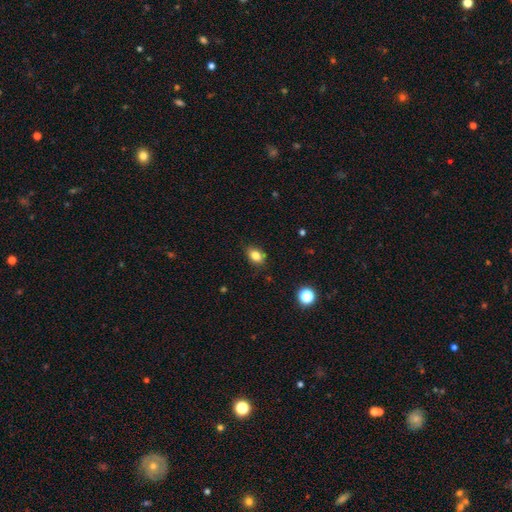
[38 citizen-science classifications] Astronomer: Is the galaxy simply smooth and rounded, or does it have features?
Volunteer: smooth — 79%.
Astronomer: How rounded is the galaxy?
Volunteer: in between — 63%.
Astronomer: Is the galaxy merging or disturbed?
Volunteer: none — 76%.